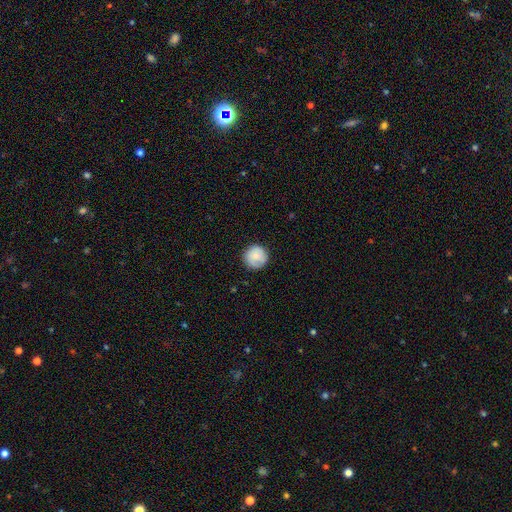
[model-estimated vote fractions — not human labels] A smooth galaxy with no disk features (79%) that is round (95%). Merging: none (83%).